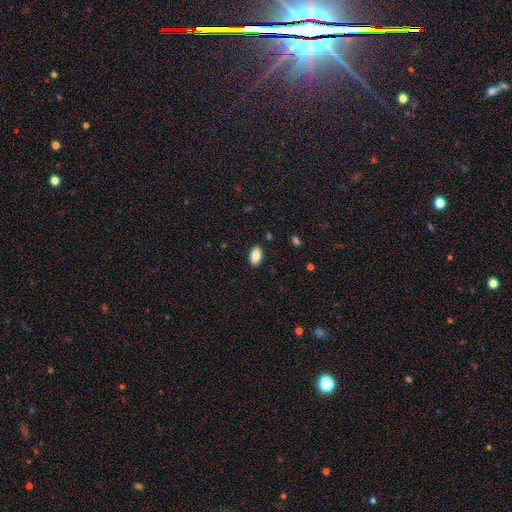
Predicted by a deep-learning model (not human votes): Smooth or featured: smooth — 84% (featured or disk — 9%)
How rounded: in between — 92% (round — 6%)
Merging: none — 88% (minor disturbance — 8%)